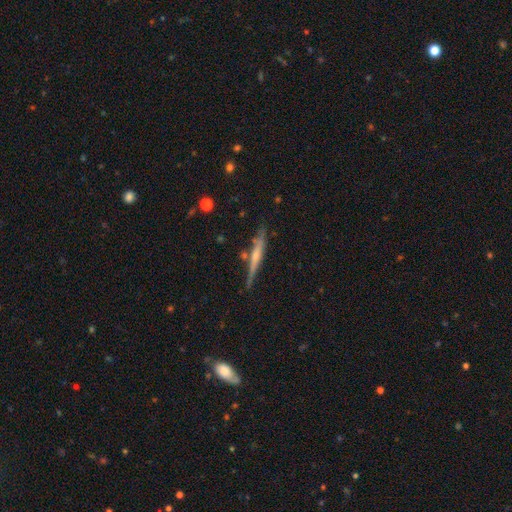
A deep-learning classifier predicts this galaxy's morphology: featured or disk 58%, smooth 35%, star or artifact 7%. Down the decision tree: edge-on disk — yes (95%); edge-on bulge — rounded (48%); merging — none (73%).